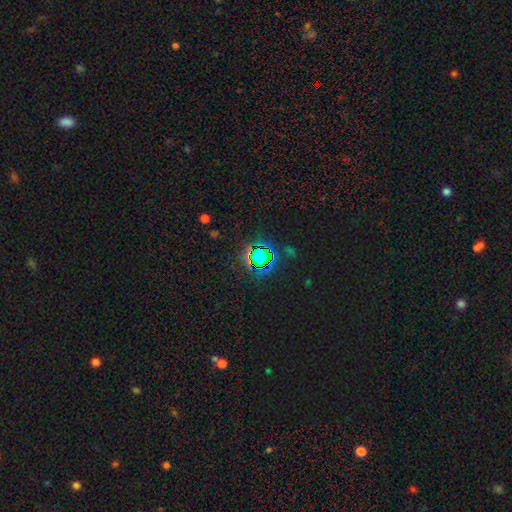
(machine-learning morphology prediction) A star or artifact, not a galaxy (73%).

Vote fractions:
- Smooth or featured? star or artifact: 73% / smooth: 17% / featured or disk: 10%